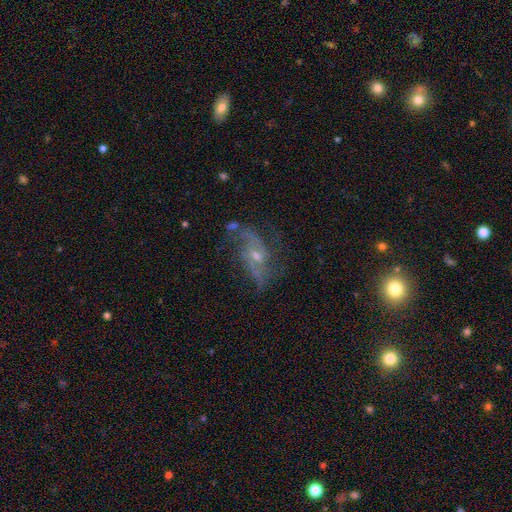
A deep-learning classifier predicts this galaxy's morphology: This is likely a featured or disk galaxy (75%). It is clearly not viewed edge-on (92%). Bar: possibly no (58%). Spiral arm pattern: clearly yes (84%). Spiral arm count: likely 2 (70%). Spiral winding: likely loose (61%). Central bulge: possibly small (55%). Merging: possibly none (55%).